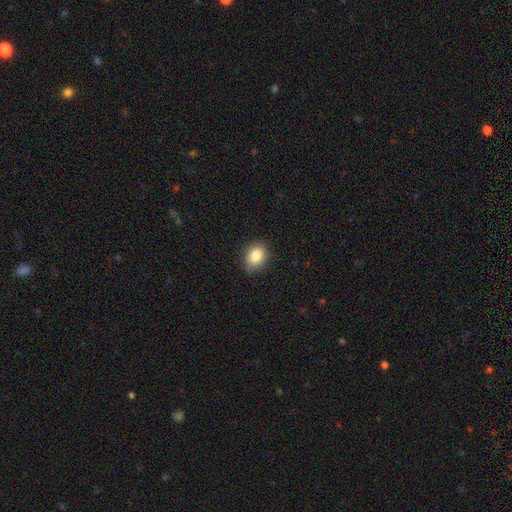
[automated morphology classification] Smooth or featured?
  - smooth: 84% *
  - star or artifact: 9%
  - featured or disk: 7%
How rounded?
  - in between: 60% *
  - round: 39%
  - cigar-shaped: 1%
Merging?
  - none: 82% *
  - minor disturbance: 14%
  - major disturbance: 3%
  - merger: 1%